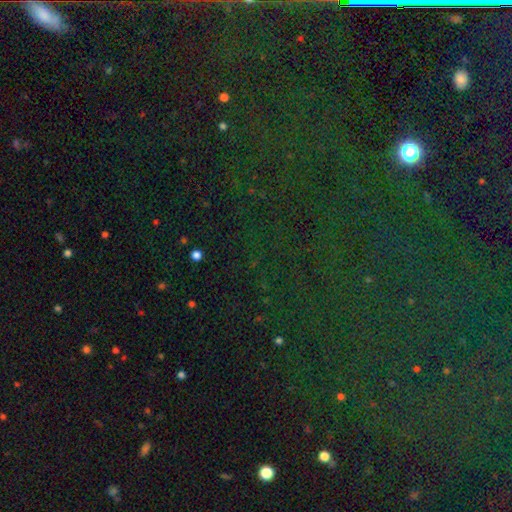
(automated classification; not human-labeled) This is clearly a star or artifact rather than a galaxy (82%).